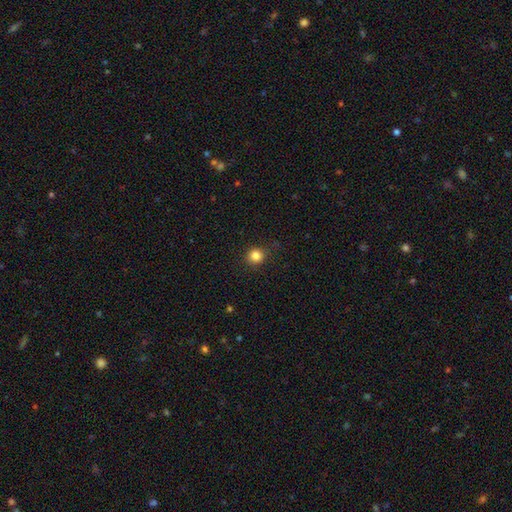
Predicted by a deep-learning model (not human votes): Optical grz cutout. It shows a smooth galaxy with no disk features (84%) that is round (92%). Merging: none (87%).